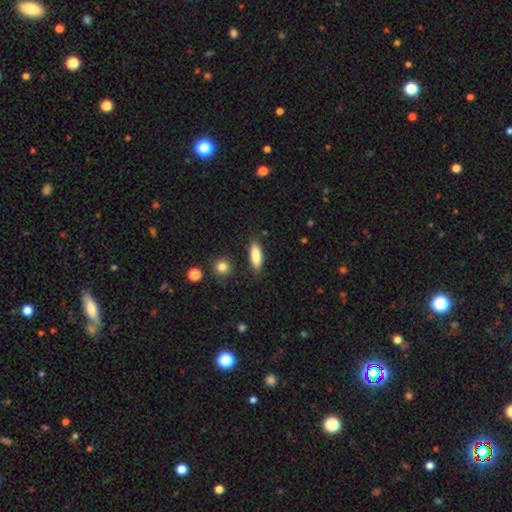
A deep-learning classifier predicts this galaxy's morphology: Q: Smooth or featured?
A: smooth (86%); runner-up: featured or disk (7%)
Q: How rounded?
A: in between (59%); runner-up: cigar-shaped (39%)
Q: Merging?
A: none (85%); runner-up: minor disturbance (11%)